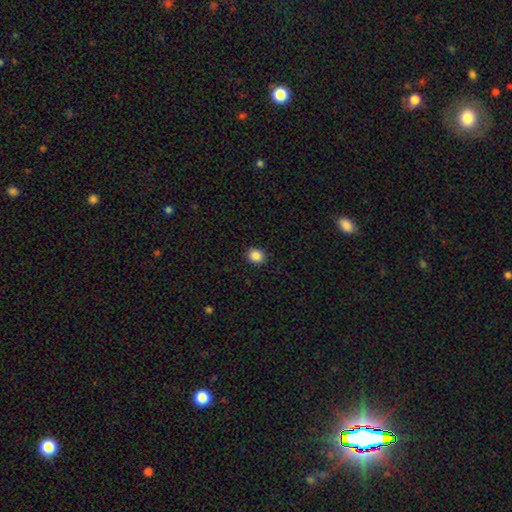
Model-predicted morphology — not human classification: Overall: smooth (87%). How rounded: round (71%). Merging: none (91%).